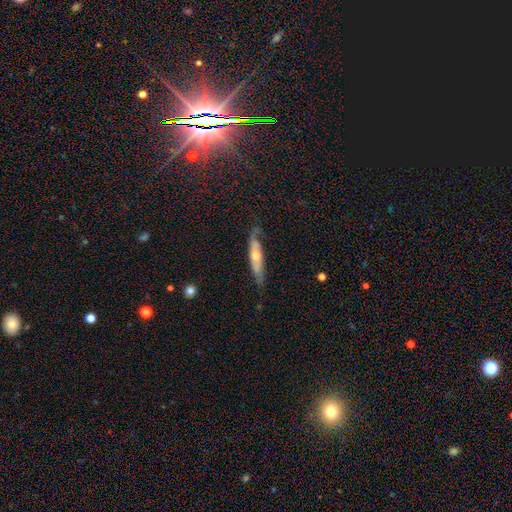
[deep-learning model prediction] Smooth or featured? featured or disk (59%)
Edge-on disk? yes (62%)
Merging? none (66%)